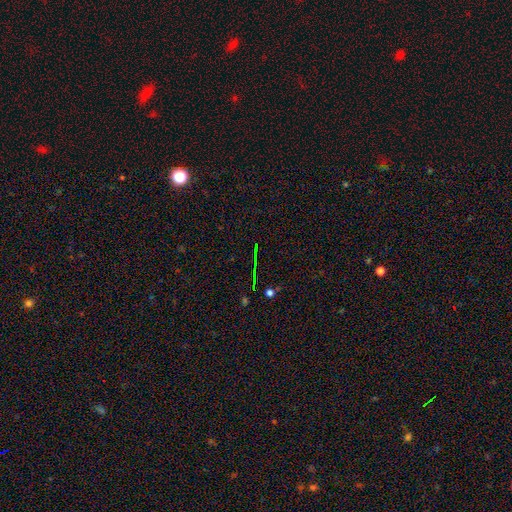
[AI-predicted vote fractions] The model was most divided on "smooth or featured": star or artifact: 73%, featured or disk: 15%, smooth: 12%.